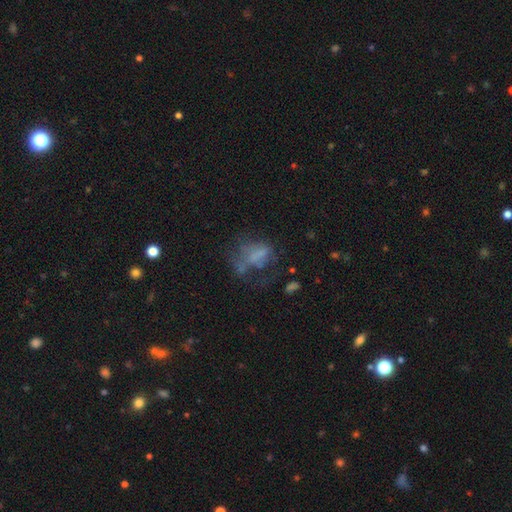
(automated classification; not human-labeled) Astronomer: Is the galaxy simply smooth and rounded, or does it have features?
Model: smooth — 43% (runner-up: featured or disk, 37%).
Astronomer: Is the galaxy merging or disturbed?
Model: major disturbance — 42% (runner-up: none, 30%).